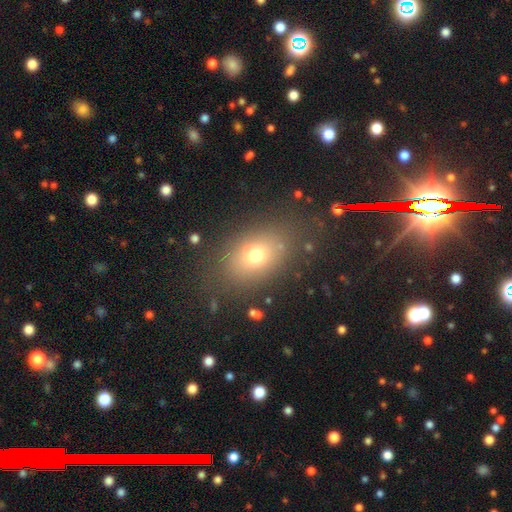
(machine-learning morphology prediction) Q: Smooth or featured?
A: smooth (69%); runner-up: star or artifact (16%)
Q: How rounded?
A: in between (73%); runner-up: round (25%)
Q: Merging?
A: none (79%); runner-up: minor disturbance (12%)